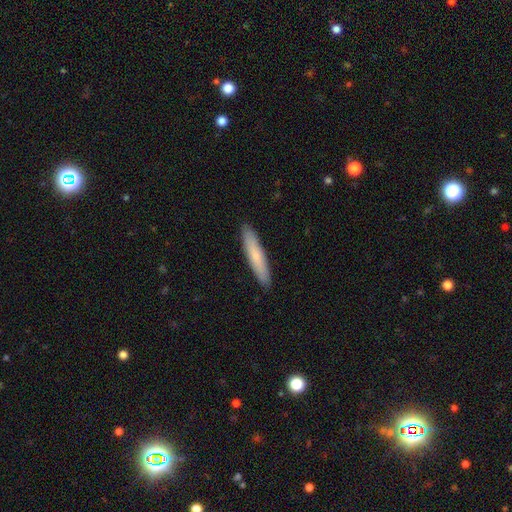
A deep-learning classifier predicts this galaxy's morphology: smooth 73%, featured or disk 21%, star or artifact 5%. Down the decision tree: how rounded — cigar-shaped (91%); merging — none (91%).